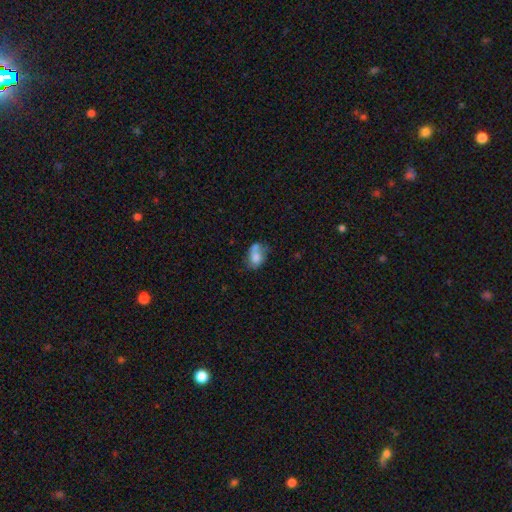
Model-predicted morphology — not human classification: Smooth or featured?
  - smooth: 70% *
  - featured or disk: 20%
  - star or artifact: 10%
How rounded?
  - in between: 68% *
  - round: 31%
  - cigar-shaped: 1%
Merging?
  - merger: 41% *
  - none: 28%
  - minor disturbance: 20%
  - major disturbance: 11%